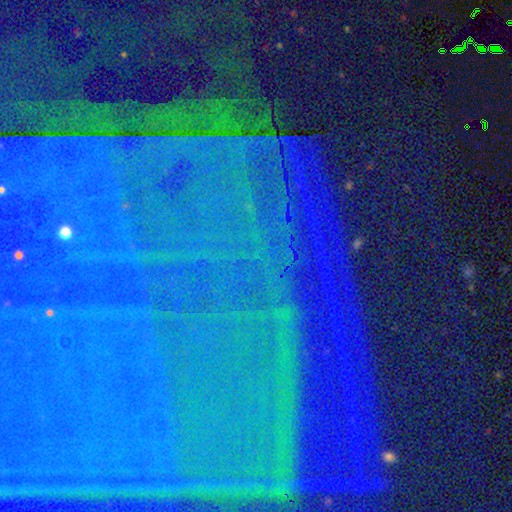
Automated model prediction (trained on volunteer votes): smooth-or-featured: star or artifact: 86% | featured or disk: 8% | smooth: 6%